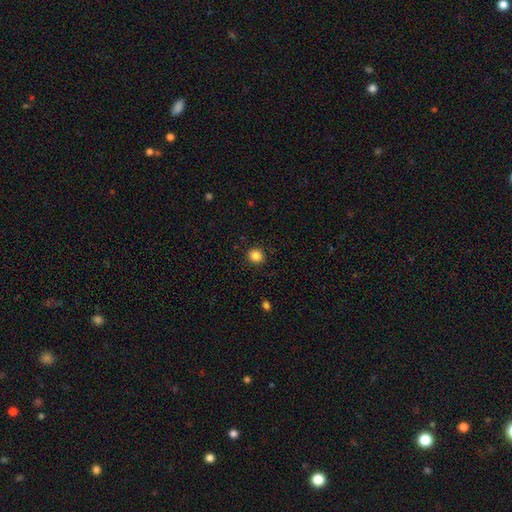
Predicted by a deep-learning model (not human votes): Morphology: type=smooth (85%); roundness=round (82%); merging=none (91%).